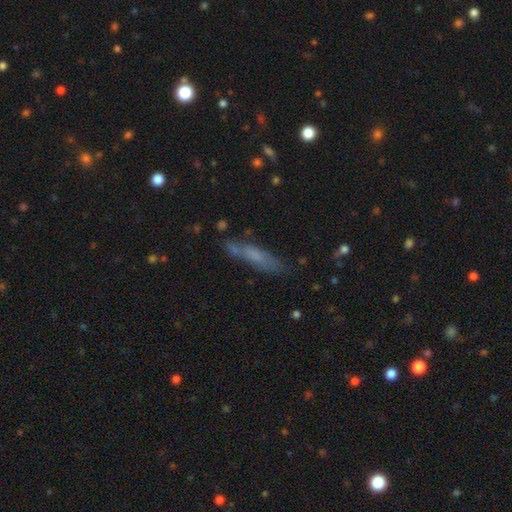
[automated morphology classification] Smooth or featured?
  - smooth: 63% *
  - featured or disk: 27%
  - star or artifact: 10%
How rounded?
  - cigar-shaped: 77% *
  - in between: 21%
  - round: 2%
Merging?
  - none: 61% *
  - minor disturbance: 21%
  - merger: 9%
  - major disturbance: 9%